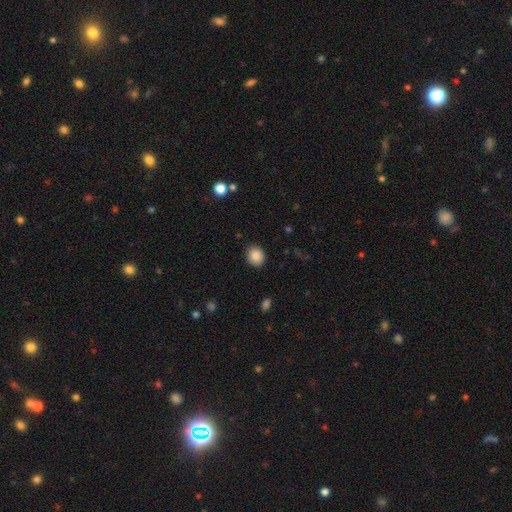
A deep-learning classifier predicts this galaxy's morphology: Smooth or featured?
  - smooth: 88% *
  - star or artifact: 8%
  - featured or disk: 4%
How rounded?
  - round: 67% *
  - in between: 32%
  - cigar-shaped: 1%
Merging?
  - none: 89% *
  - minor disturbance: 8%
  - major disturbance: 2%
  - merger: 1%